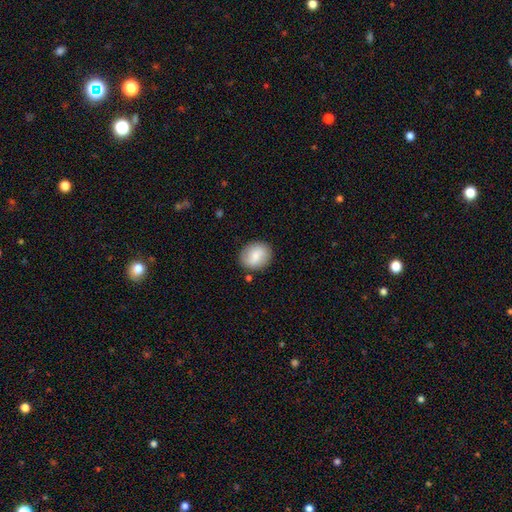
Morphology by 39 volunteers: A smooth galaxy with no disk features (85%) that is round (67%).

Vote fractions:
- Smooth or featured? smooth: 85% / featured or disk: 13% / star or artifact: 3%
- How rounded? round: 67% / in between: 33% / cigar-shaped: 0%
- Merging? none: 82% / minor disturbance: 16% / major disturbance: 3% / merger: 0%